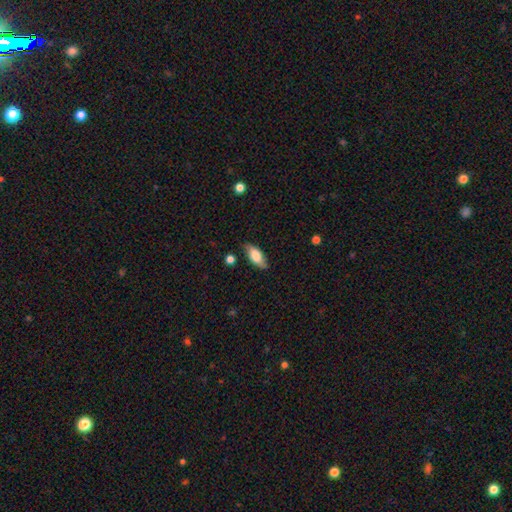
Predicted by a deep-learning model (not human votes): Smooth or featured? smooth (75%)
How rounded? in between (84%)
Merging? none (79%)